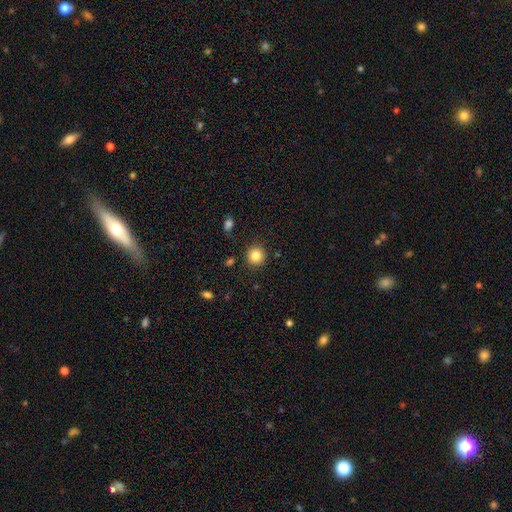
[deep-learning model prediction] smooth-or-featured: smooth: 84% | star or artifact: 11% | featured or disk: 5%
  how-rounded: round: 92% | in between: 7% | cigar-shaped: 1%
  merging: none: 89% | minor disturbance: 7% | major disturbance: 2% | merger: 2%